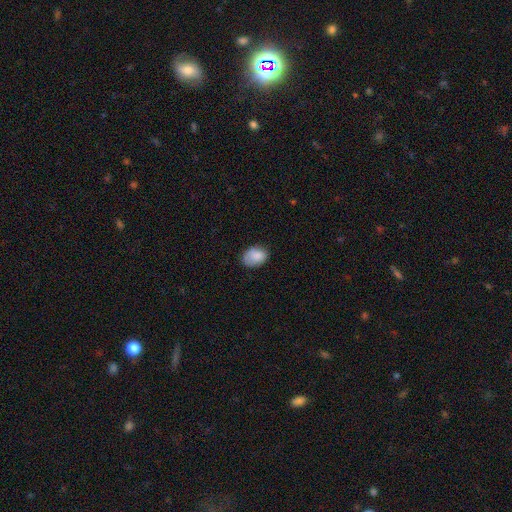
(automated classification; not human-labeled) This is clearly a smooth galaxy (85%). How rounded: likely in between (76%). Merging: likely none (69%).